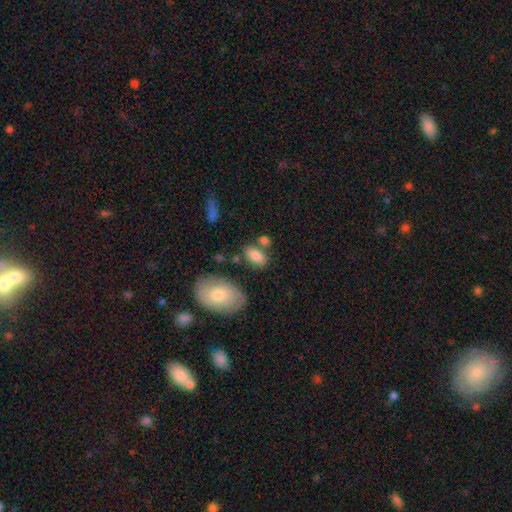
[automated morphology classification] smooth-or-featured: smooth: 82% | featured or disk: 9% | star or artifact: 8%
  how-rounded: in between: 90% | round: 7% | cigar-shaped: 3%
  merging: none: 65% | merger: 16% | minor disturbance: 15% | major disturbance: 5%